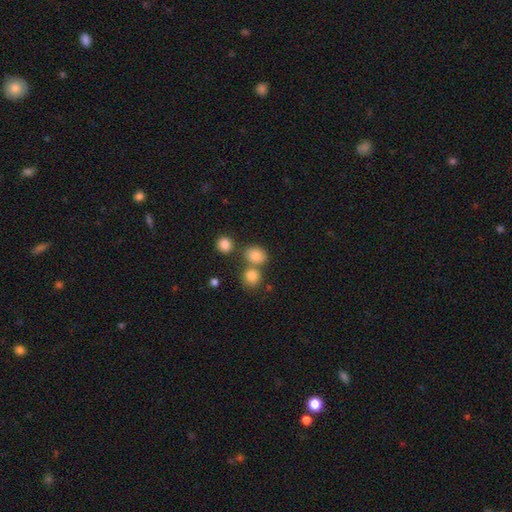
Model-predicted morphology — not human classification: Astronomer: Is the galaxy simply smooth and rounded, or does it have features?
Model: smooth — 81%.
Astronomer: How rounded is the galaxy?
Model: round — 65%.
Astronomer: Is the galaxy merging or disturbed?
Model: none — 60%.